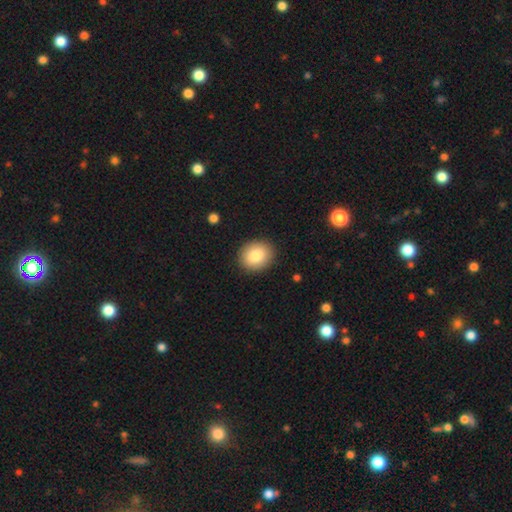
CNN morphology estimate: Smooth or featured? Predicted: smooth (p=0.84). How rounded? Predicted: round (p=0.63). Merging? Predicted: none (p=0.89).